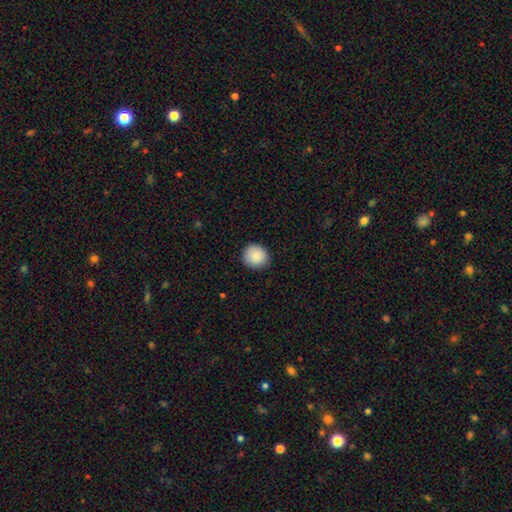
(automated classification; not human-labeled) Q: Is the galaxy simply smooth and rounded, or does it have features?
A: smooth — 89%.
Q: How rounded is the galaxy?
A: round — 89%.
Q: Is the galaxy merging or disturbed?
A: none — 89%.